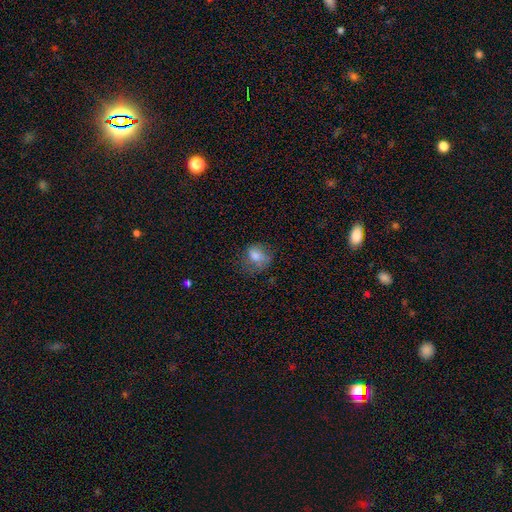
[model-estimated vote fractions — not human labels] smooth_or_featured: smooth (p=0.72) [alt: featured or disk p=0.17]
how_rounded: in between (p=0.53) [alt: round p=0.45]
merging: none (p=0.46) [alt: minor disturbance p=0.29]